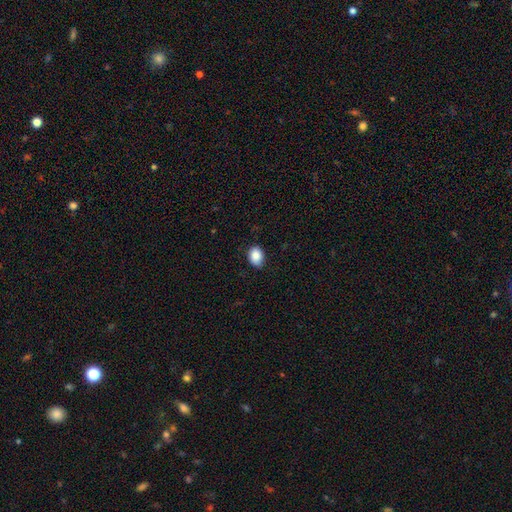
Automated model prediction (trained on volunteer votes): Smooth or featured? Predicted: smooth (p=0.88). How rounded? Predicted: in between (p=0.72). Merging? Predicted: none (p=0.83).